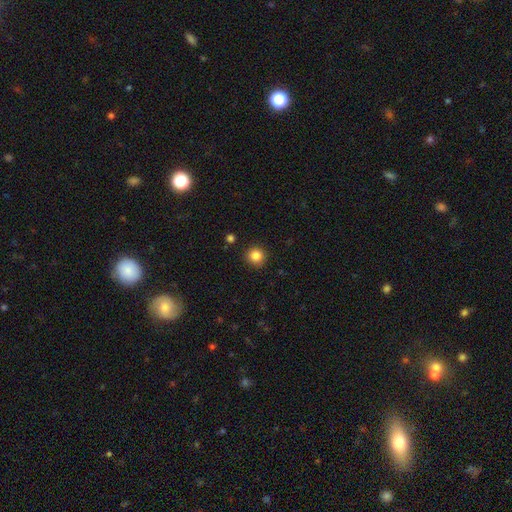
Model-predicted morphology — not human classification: Smooth or featured: smooth — 84% (star or artifact — 11%)
How rounded: round — 93% (in between — 6%)
Merging: none — 91% (minor disturbance — 6%)